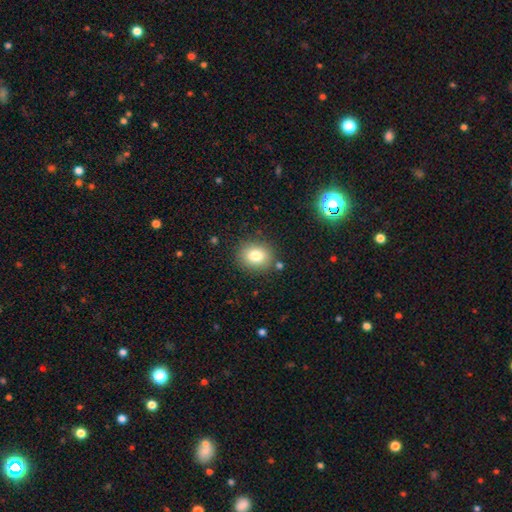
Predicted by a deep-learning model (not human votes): Q: Smooth or featured?
A: smooth (80%); runner-up: star or artifact (11%)
Q: How rounded?
A: round (63%); runner-up: in between (36%)
Q: Merging?
A: none (84%); runner-up: minor disturbance (10%)